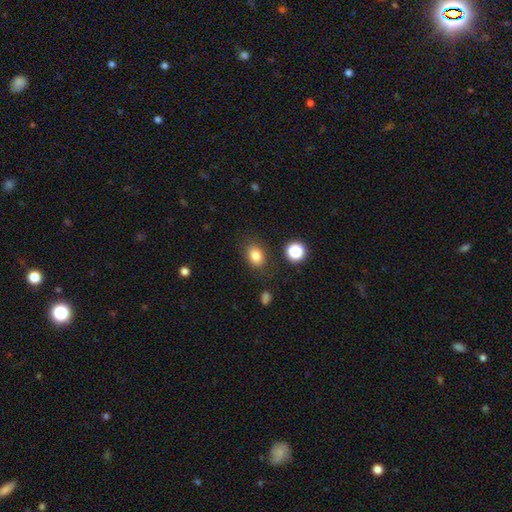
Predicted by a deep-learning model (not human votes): smooth-or-featured: smooth: 82% | star or artifact: 11% | featured or disk: 7%
  how-rounded: in between: 69% | round: 30% | cigar-shaped: 1%
  merging: none: 81% | minor disturbance: 12% | major disturbance: 4% | merger: 3%